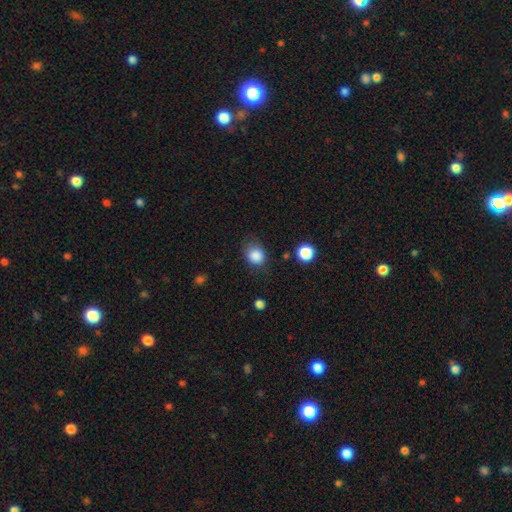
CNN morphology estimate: A smooth galaxy with no disk features (86%) that is round (68%).

Vote fractions:
- Smooth or featured? smooth: 86% / star or artifact: 10% / featured or disk: 4%
- How rounded? round: 68% / in between: 31% / cigar-shaped: 1%
- Merging? none: 69% / minor disturbance: 22% / major disturbance: 7% / merger: 2%